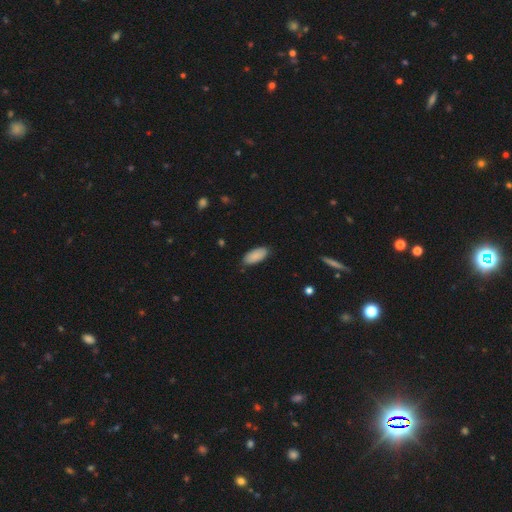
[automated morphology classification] smooth_or_featured: smooth (p=0.88) [alt: star or artifact p=0.06]
how_rounded: in between (p=0.91) [alt: cigar-shaped p=0.08]
merging: none (p=0.83) [alt: minor disturbance p=0.14]